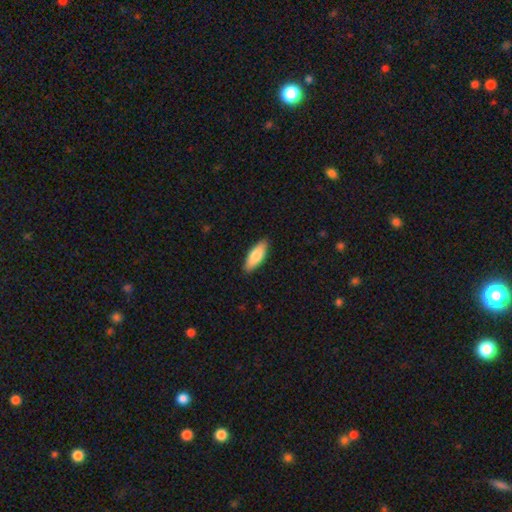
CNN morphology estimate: A smooth galaxy with no disk features (81%) that is in between round and cigar-shaped (66%). Merging: none (89%).